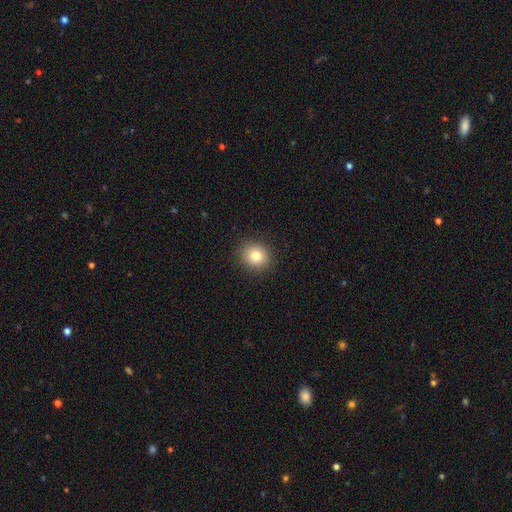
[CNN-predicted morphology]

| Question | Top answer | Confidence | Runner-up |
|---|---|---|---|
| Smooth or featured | smooth | 81% | star or artifact (11%) |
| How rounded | round | 82% | in between (17%) |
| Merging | none | 91% | minor disturbance (6%) |